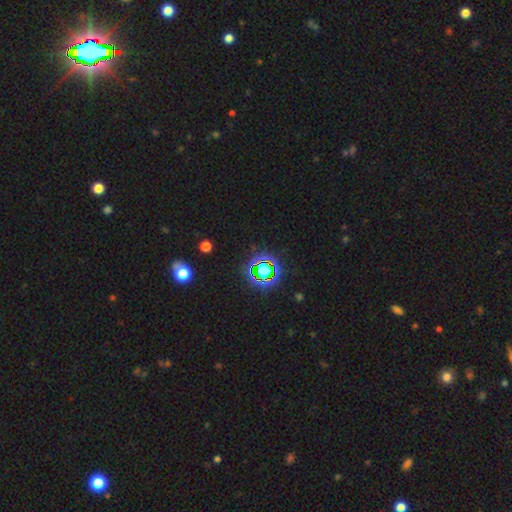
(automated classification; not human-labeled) Smooth or featured? star or artifact (78%)